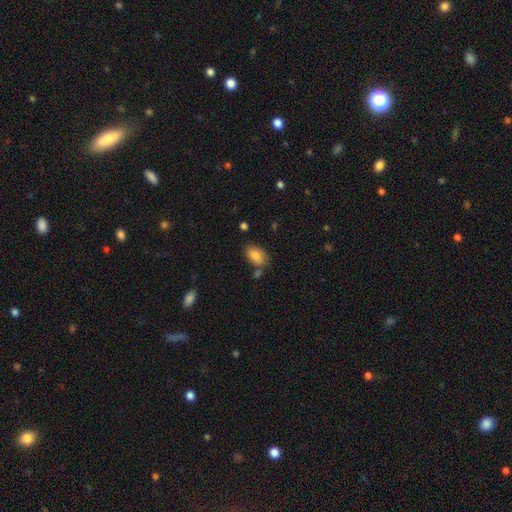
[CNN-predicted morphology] Smooth or featured?
  - smooth: 84% *
  - featured or disk: 9%
  - star or artifact: 8%
How rounded?
  - in between: 91% *
  - round: 7%
  - cigar-shaped: 2%
Merging?
  - none: 69% *
  - minor disturbance: 17%
  - merger: 10%
  - major disturbance: 4%